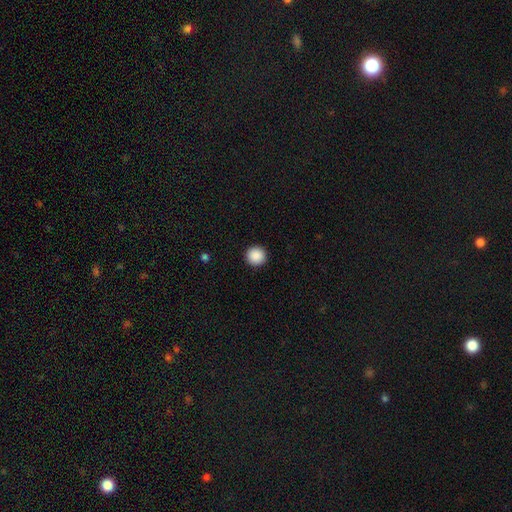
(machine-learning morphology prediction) This is clearly a smooth galaxy (89%). How rounded: clearly round (95%). Merging: clearly none (93%).